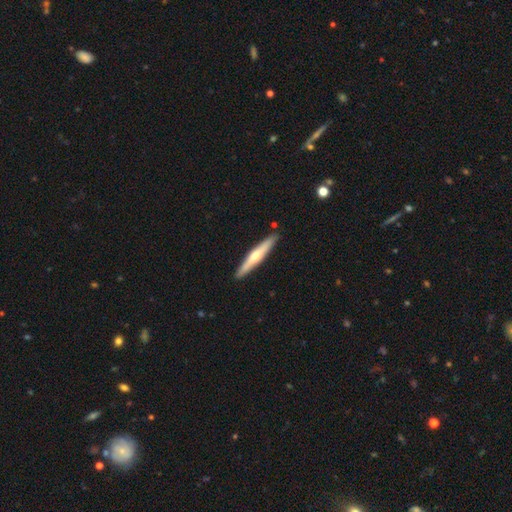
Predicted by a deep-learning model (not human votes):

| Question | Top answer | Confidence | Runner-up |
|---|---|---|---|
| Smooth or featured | featured or disk | 56% | smooth (39%) |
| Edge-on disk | yes | 95% | no (5%) |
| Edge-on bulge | rounded | 85% | none (12%) |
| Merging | none | 90% | minor disturbance (7%) |